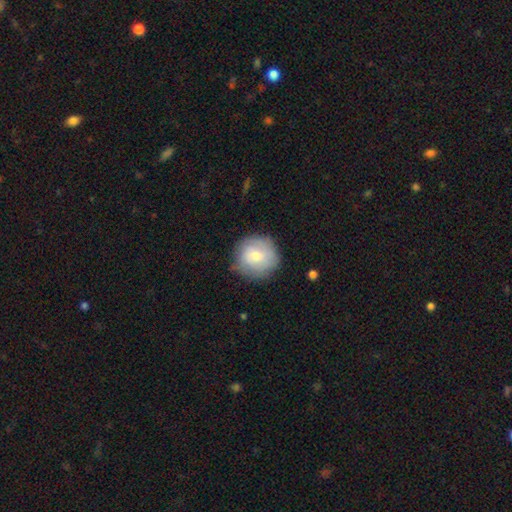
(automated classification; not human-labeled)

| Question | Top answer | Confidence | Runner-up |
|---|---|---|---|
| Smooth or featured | smooth | 69% | featured or disk (23%) |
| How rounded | round | 94% | in between (5%) |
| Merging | none | 82% | minor disturbance (14%) |